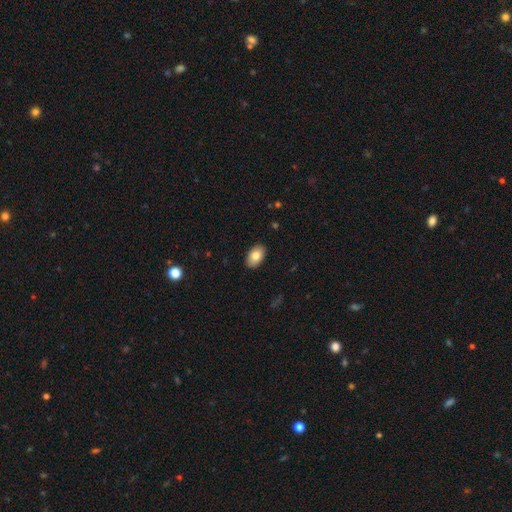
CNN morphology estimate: type=smooth (82%); roundness=in between (92%); merging=none (89%).